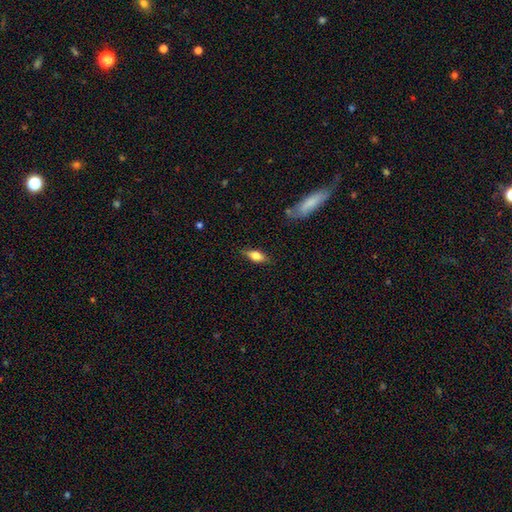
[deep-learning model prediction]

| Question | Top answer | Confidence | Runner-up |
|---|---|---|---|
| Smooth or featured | smooth | 70% | featured or disk (22%) |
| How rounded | in between | 76% | cigar-shaped (20%) |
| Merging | none | 80% | minor disturbance (14%) |